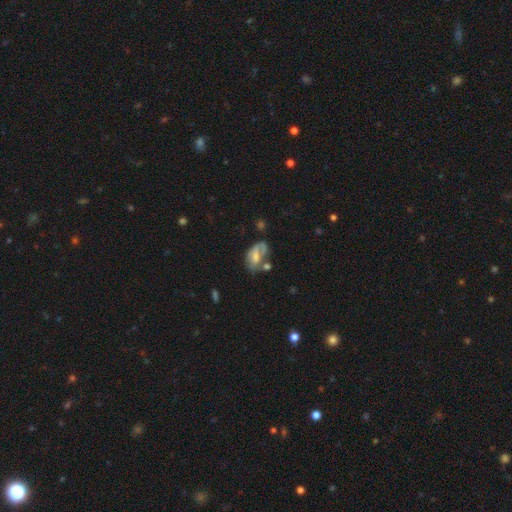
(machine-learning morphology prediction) Smooth or featured? Predicted: smooth (p=0.47). Merging? Predicted: major disturbance (p=0.28).